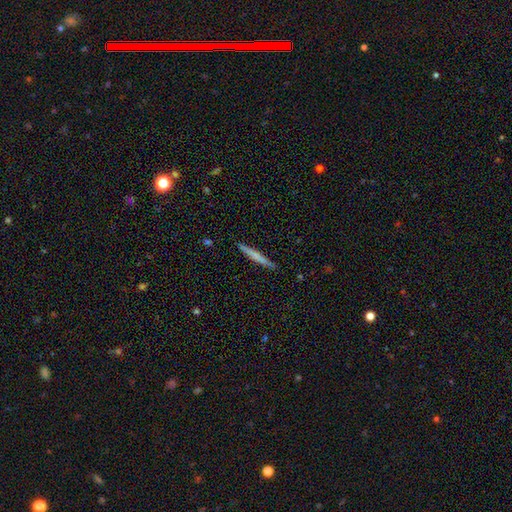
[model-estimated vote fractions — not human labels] Q: Smooth or featured?
A: smooth (62%); runner-up: featured or disk (33%)
Q: How rounded?
A: cigar-shaped (96%); runner-up: in between (2%)
Q: Merging?
A: none (90%); runner-up: minor disturbance (7%)